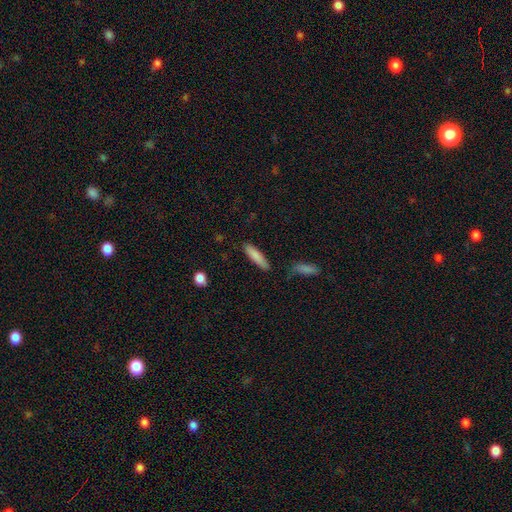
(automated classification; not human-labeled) Smooth or featured?
  - smooth: 84% *
  - featured or disk: 10%
  - star or artifact: 6%
How rounded?
  - cigar-shaped: 76% *
  - in between: 22%
  - round: 2%
Merging?
  - none: 83% *
  - minor disturbance: 11%
  - merger: 3%
  - major disturbance: 3%